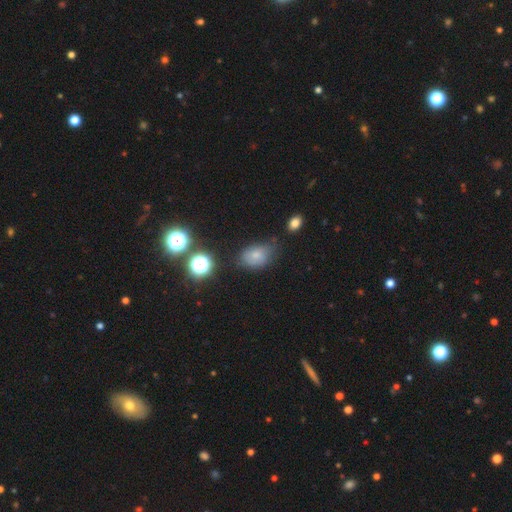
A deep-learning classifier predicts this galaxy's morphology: Smooth or featured? smooth (71%)
How rounded? in between (77%)
Merging? none (59%)